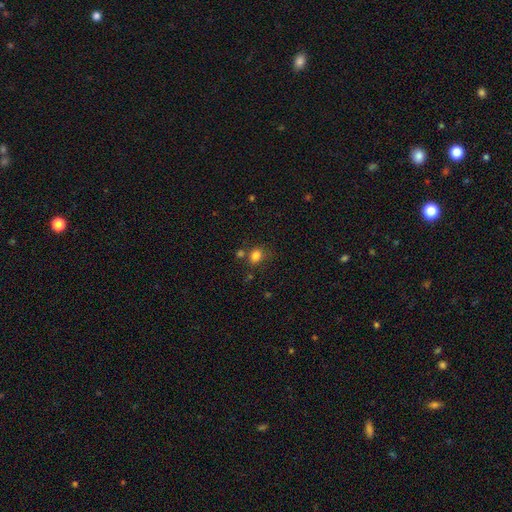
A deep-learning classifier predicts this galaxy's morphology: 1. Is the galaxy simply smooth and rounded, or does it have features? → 82% smooth, 13% star or artifact, 6% featured or disk.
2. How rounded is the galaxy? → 54% round, 45% in between, 1% cigar-shaped.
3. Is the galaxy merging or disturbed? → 65% none, 15% minor disturbance, 14% merger, 6% major disturbance.